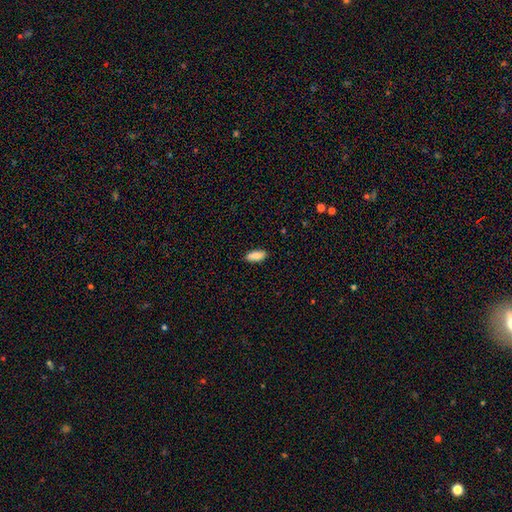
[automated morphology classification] A smooth galaxy with no disk features (86%) that is in between round and cigar-shaped (82%). Merging: none (86%).